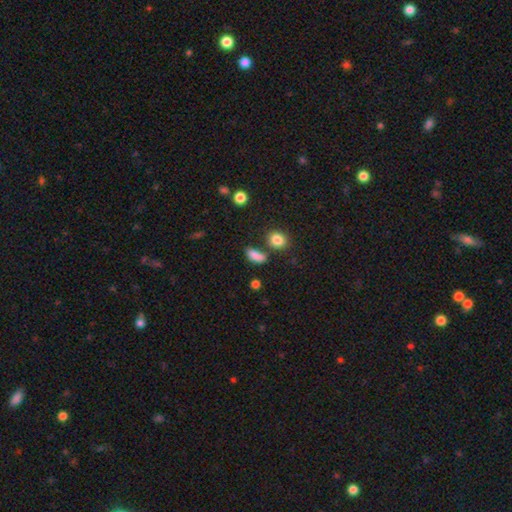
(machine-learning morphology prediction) Q: Smooth or featured?
A: smooth (82%); runner-up: star or artifact (11%)
Q: How rounded?
A: in between (72%); runner-up: cigar-shaped (16%)
Q: Merging?
A: none (54%); runner-up: minor disturbance (20%)